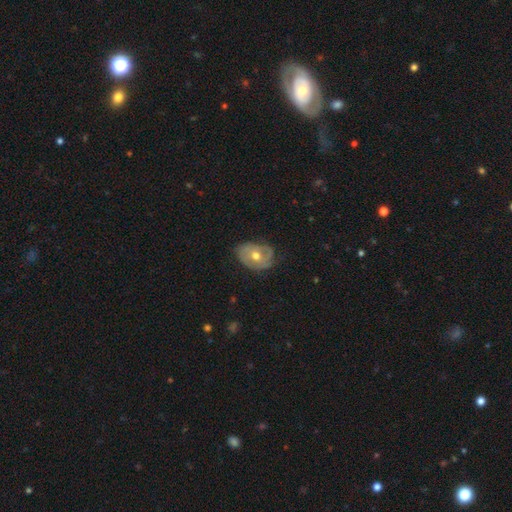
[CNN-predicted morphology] type=featured or disk (61%); edge-on=no (95%); bar=no (81%); spiral arms=yes (61%); bulge=moderate (79%); merging=none (60%).